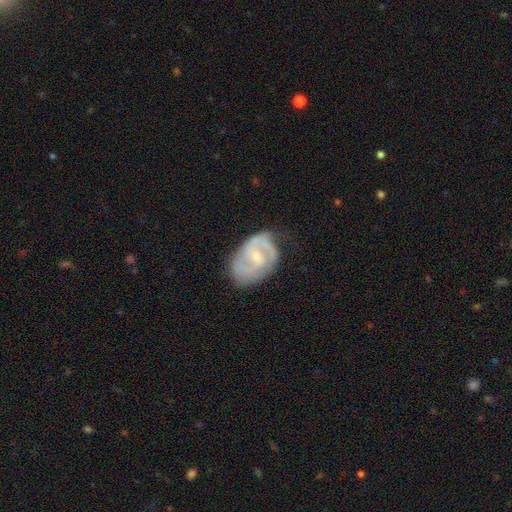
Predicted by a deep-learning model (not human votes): Smooth or featured? Predicted: featured or disk (p=0.77). Edge-on disk? Predicted: no (p=0.97). Bar? Predicted: weak (p=0.49). Spiral arms? Predicted: yes (p=0.88). Spiral winding? Predicted: medium (p=0.47). Spiral arm count? Predicted: 2 (p=0.64). Bulge size? Predicted: small (p=0.59). Merging? Predicted: none (p=0.57).